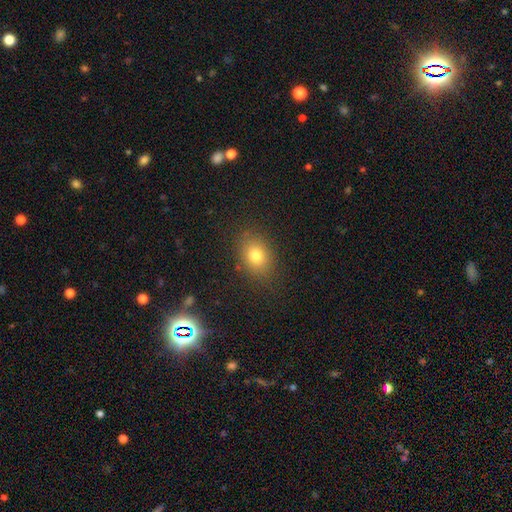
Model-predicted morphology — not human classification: Q: Smooth or featured?
A: smooth (76%); runner-up: star or artifact (14%)
Q: How rounded?
A: in between (57%); runner-up: round (42%)
Q: Merging?
A: none (85%); runner-up: minor disturbance (10%)